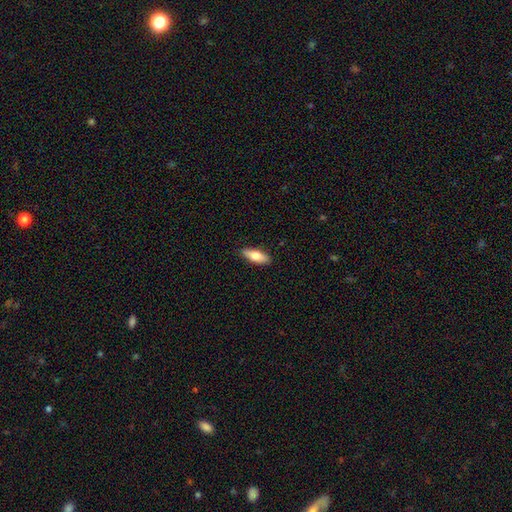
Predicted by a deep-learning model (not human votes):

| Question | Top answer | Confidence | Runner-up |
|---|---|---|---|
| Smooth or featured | smooth | 69% | featured or disk (25%) |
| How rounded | in between | 67% | cigar-shaped (30%) |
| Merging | none | 89% | minor disturbance (9%) |